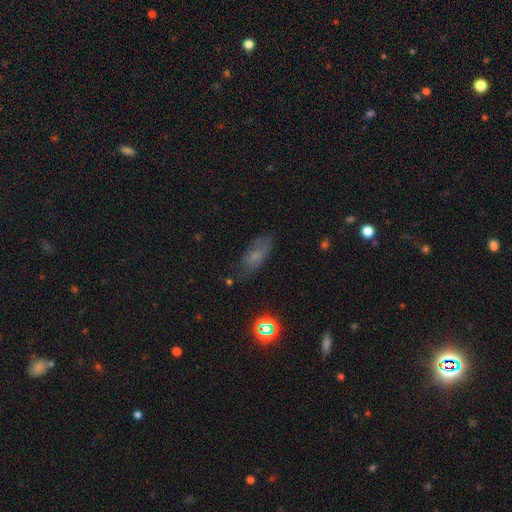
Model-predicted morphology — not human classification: Smooth or featured? Predicted: smooth (p=0.61). How rounded? Predicted: in between (p=0.78). Merging? Predicted: none (p=0.68).